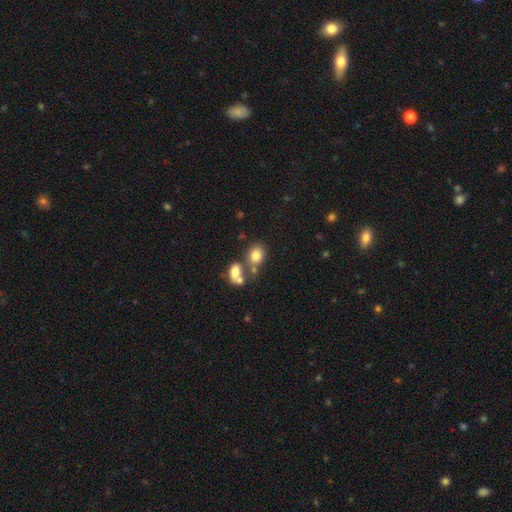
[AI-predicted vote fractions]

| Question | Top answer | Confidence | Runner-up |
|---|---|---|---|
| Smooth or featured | smooth | 78% | featured or disk (11%) |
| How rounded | round | 53% | in between (45%) |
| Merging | none | 50% | merger (32%) |